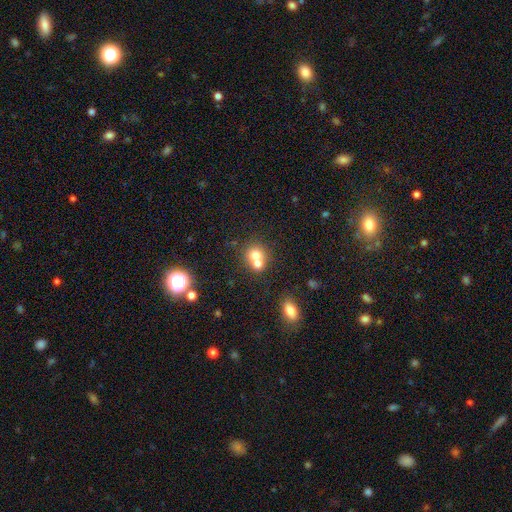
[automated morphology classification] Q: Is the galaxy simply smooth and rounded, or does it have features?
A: smooth — 68%.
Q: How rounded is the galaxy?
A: round — 73%.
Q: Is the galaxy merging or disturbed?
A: merger — 64%.